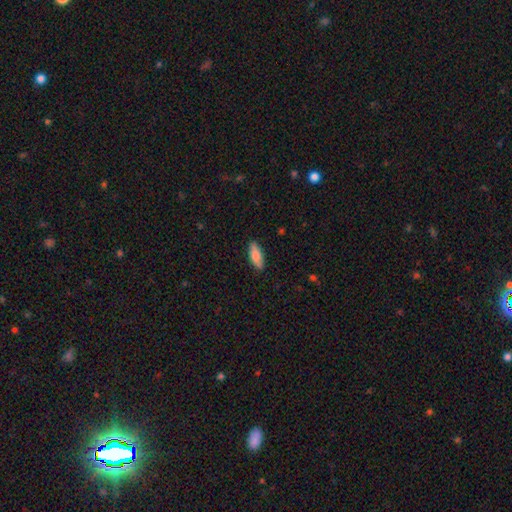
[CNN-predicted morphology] A smooth galaxy with no disk features (81%) that is in between round and cigar-shaped (74%).

Vote fractions:
- Smooth or featured? smooth: 81% / featured or disk: 13% / star or artifact: 6%
- How rounded? in between: 74% / cigar-shaped: 24% / round: 2%
- Merging? none: 86% / minor disturbance: 11% / major disturbance: 2% / merger: 1%